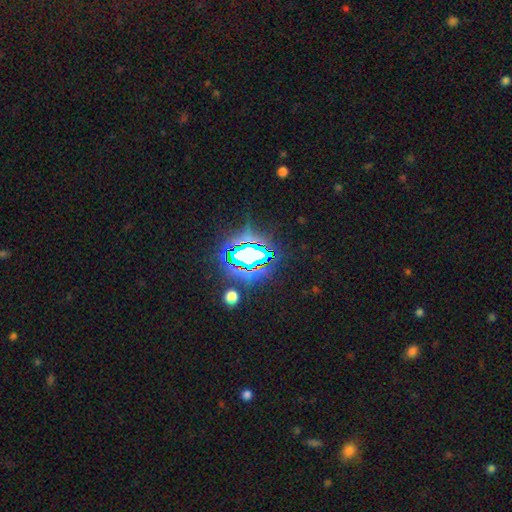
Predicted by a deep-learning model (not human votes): Smooth or featured?
  - star or artifact: 75% *
  - smooth: 14%
  - featured or disk: 11%